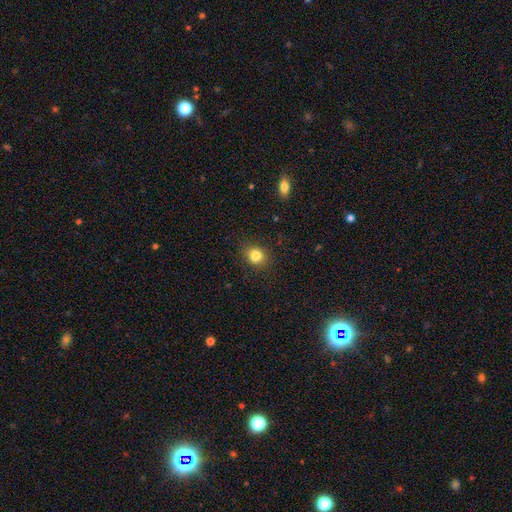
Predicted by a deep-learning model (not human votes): Smooth or featured?
  - smooth: 83% *
  - star or artifact: 11%
  - featured or disk: 6%
How rounded?
  - round: 66% *
  - in between: 33%
  - cigar-shaped: 1%
Merging?
  - none: 85% *
  - minor disturbance: 11%
  - major disturbance: 3%
  - merger: 1%